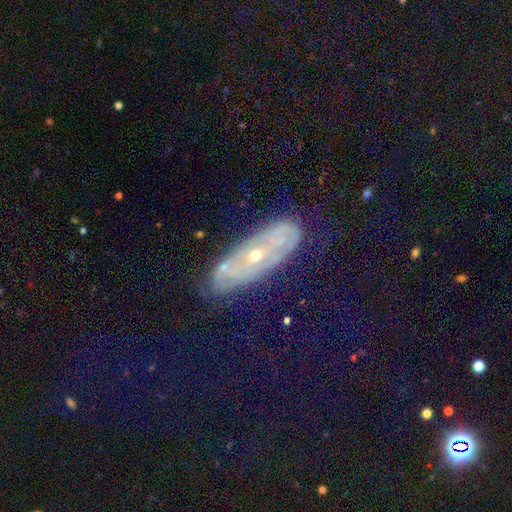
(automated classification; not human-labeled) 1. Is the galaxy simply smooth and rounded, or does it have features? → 71% featured or disk, 17% smooth, 12% star or artifact.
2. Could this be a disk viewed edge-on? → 79% no, 21% yes.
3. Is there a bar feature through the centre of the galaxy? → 81% no, 14% weak, 5% strong.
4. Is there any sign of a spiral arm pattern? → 64% yes, 36% no.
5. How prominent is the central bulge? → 53% small, 44% moderate, 1% large, 1% none, 1% dominant.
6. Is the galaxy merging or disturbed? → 69% none, 21% minor disturbance, 7% major disturbance, 3% merger.